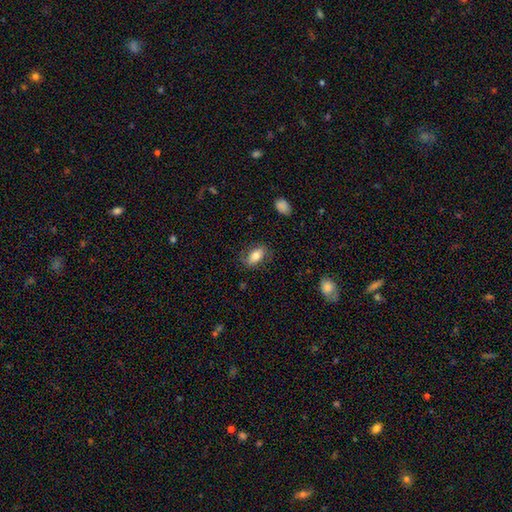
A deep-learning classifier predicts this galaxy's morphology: smooth_or_featured: smooth (p=0.74) [alt: featured or disk p=0.19]
how_rounded: in between (p=0.89) [alt: round p=0.07]
merging: none (p=0.77) [alt: minor disturbance p=0.16]